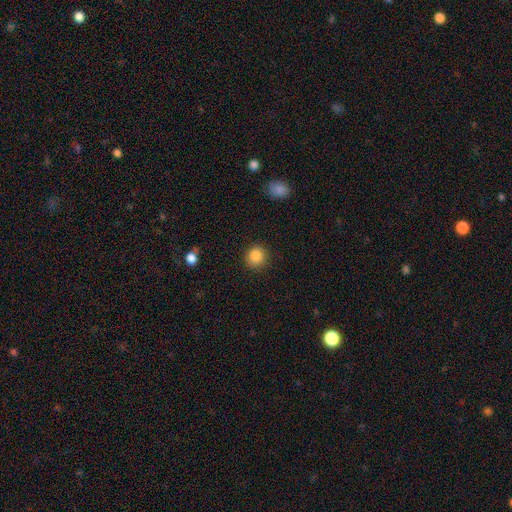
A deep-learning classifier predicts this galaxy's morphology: A smooth galaxy with no disk features (86%) that is round (87%).

Vote fractions:
- Smooth or featured? smooth: 86% / star or artifact: 10% / featured or disk: 4%
- How rounded? round: 87% / in between: 12% / cigar-shaped: 1%
- Merging? none: 89% / minor disturbance: 8% / major disturbance: 2% / merger: 1%